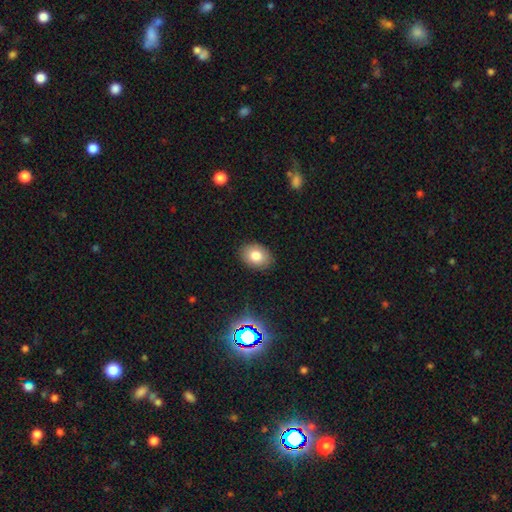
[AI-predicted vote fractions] Morphology: type=smooth (79%); roundness=in between (70%); merging=none (89%).